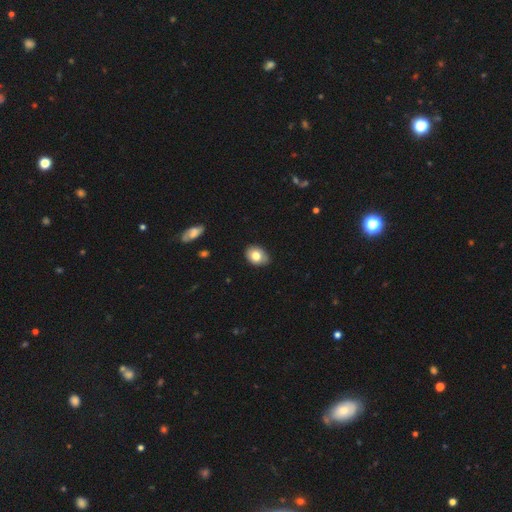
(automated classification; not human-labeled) smooth_or_featured: smooth (p=0.78) [alt: featured or disk p=0.14]
how_rounded: in between (p=0.70) [alt: round p=0.29]
merging: none (p=0.79) [alt: minor disturbance p=0.17]